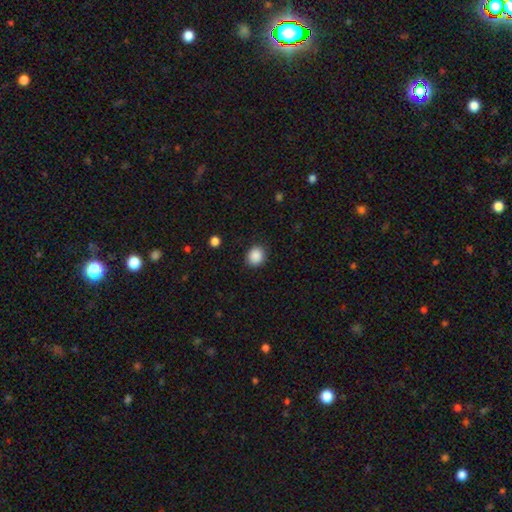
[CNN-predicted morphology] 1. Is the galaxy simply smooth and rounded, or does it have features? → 89% smooth, 9% star or artifact, 3% featured or disk.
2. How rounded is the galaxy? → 77% round, 22% in between, 1% cigar-shaped.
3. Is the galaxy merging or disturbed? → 88% none, 8% minor disturbance, 3% major disturbance, 1% merger.